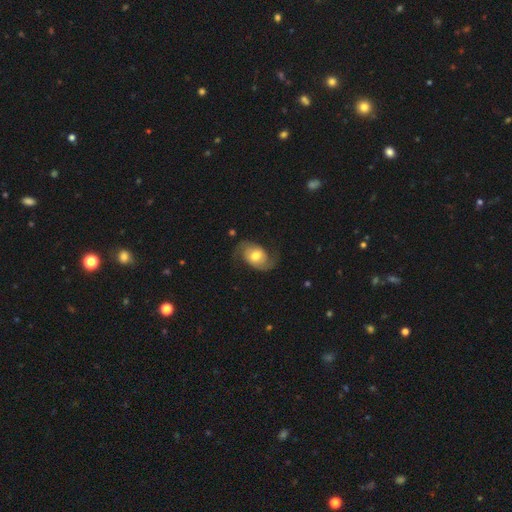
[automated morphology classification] The model was most divided on "spiral winding": loose: 48%, medium: 38%, tight: 13%. More confident: edge-on disk — no (97%); spiral arms — yes (93%); spiral arm count — 2 (92%); smooth or featured — featured or disk (75%); merging — none (72%); bulge size — moderate (71%); bar — no (58%).